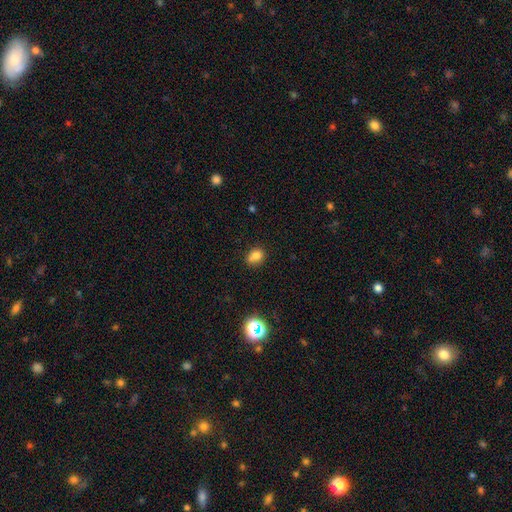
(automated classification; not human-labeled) A smooth galaxy with no disk features (78%) that is in between round and cigar-shaped (50%).

Vote fractions:
- Smooth or featured? smooth: 78% / star or artifact: 13% / featured or disk: 9%
- How rounded? in between: 50% / round: 49% / cigar-shaped: 1%
- Merging? none: 59% / minor disturbance: 22% / merger: 13% / major disturbance: 5%